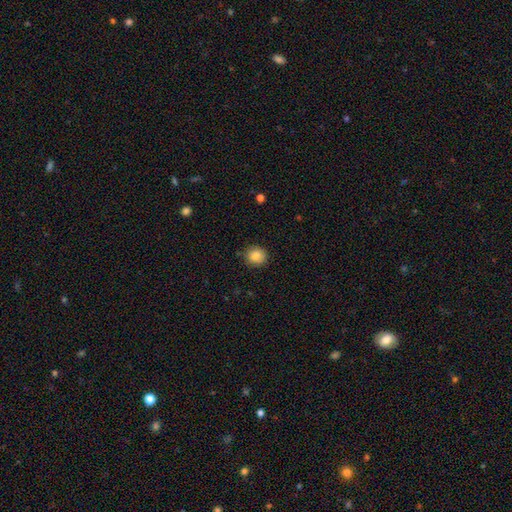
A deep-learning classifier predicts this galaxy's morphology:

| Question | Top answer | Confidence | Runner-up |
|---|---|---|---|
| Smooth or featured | smooth | 85% | star or artifact (9%) |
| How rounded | round | 87% | in between (12%) |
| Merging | none | 86% | minor disturbance (10%) |